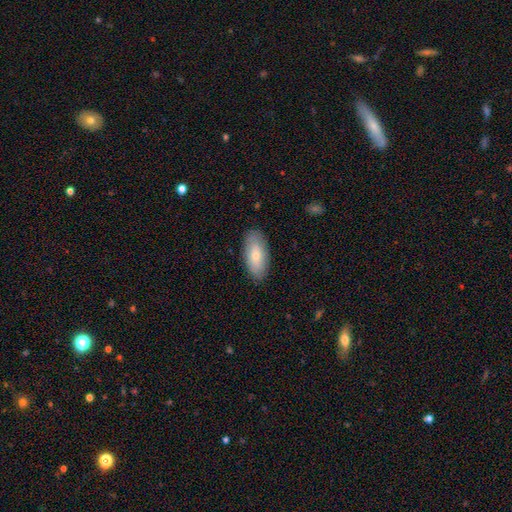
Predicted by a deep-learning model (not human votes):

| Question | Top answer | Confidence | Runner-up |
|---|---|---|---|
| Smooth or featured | smooth | 71% | featured or disk (23%) |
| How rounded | in between | 87% | cigar-shaped (10%) |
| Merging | none | 86% | minor disturbance (11%) |